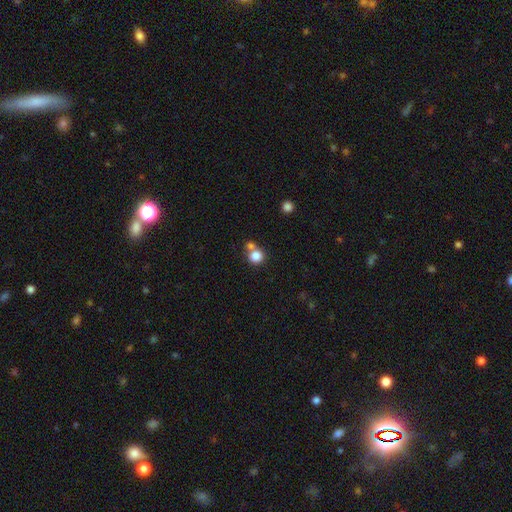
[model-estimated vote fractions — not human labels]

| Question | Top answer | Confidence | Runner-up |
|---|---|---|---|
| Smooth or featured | smooth | 82% | star or artifact (11%) |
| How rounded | round | 89% | in between (10%) |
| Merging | none | 54% | merger (35%) |